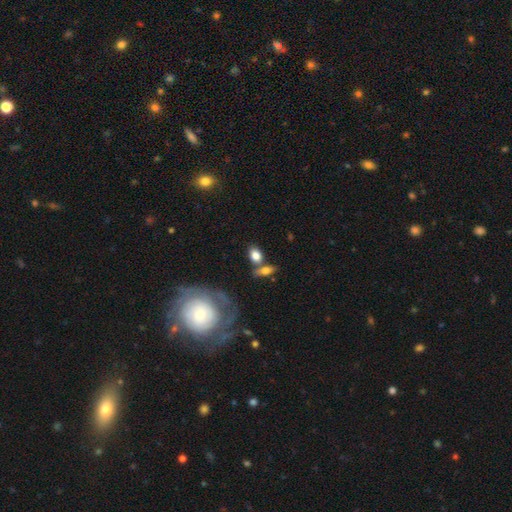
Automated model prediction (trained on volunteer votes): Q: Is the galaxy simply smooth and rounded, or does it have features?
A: smooth — 74%.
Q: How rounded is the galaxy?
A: in between — 74%.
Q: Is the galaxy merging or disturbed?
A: none — 56%.